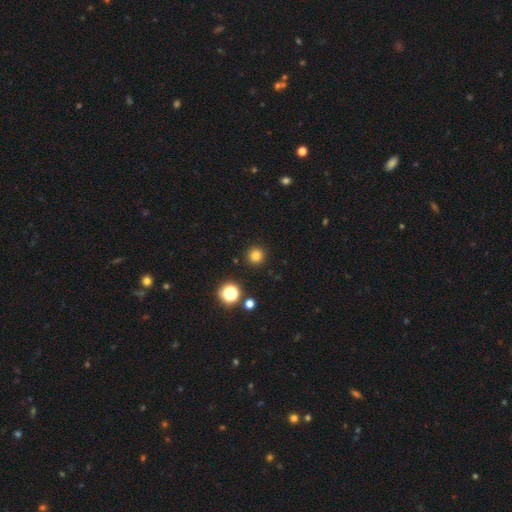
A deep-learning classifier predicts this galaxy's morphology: Smooth or featured?
  - smooth: 80% *
  - star or artifact: 15%
  - featured or disk: 5%
How rounded?
  - round: 95% *
  - in between: 4%
  - cigar-shaped: 1%
Merging?
  - none: 92% *
  - minor disturbance: 5%
  - major disturbance: 2%
  - merger: 1%